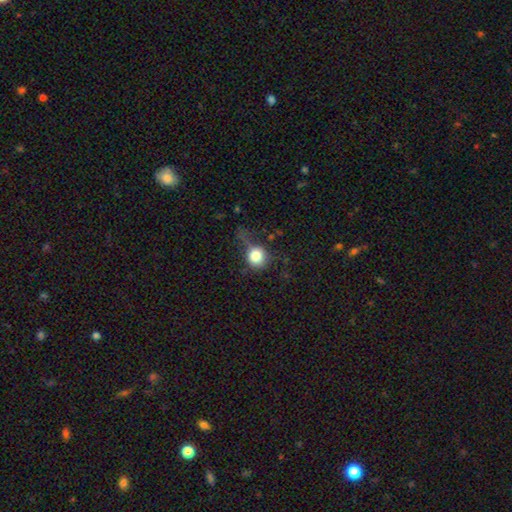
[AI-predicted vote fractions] Morphology: type=smooth (79%); roundness=round (84%); merging=none (40%).